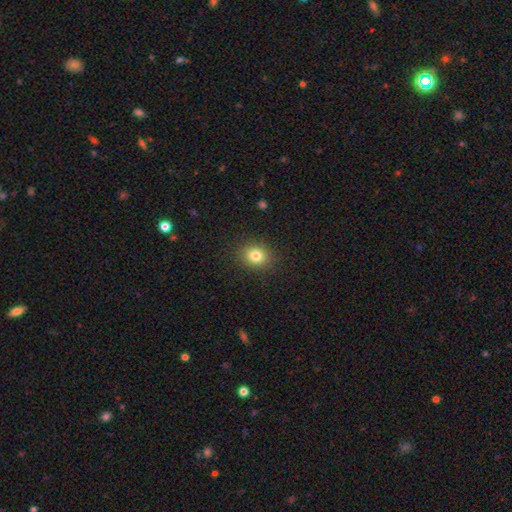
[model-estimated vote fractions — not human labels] This appears to be a smooth galaxy with no disk features (81%) that is round (62%). Merging: none (89%).